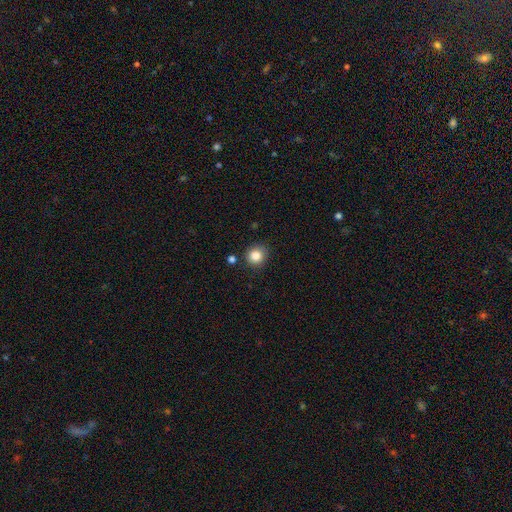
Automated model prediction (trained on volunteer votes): smooth-or-featured: smooth: 84% | star or artifact: 10% | featured or disk: 5%
  how-rounded: round: 86% | in between: 13% | cigar-shaped: 1%
  merging: none: 83% | minor disturbance: 11% | merger: 3% | major disturbance: 3%